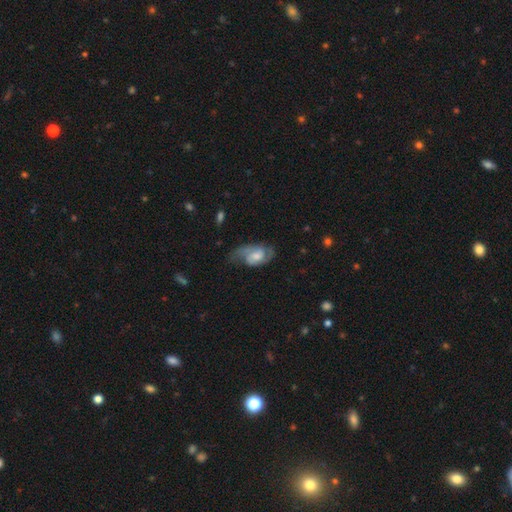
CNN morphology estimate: This is likely a featured or disk galaxy (67%). It is clearly not viewed edge-on (96%). Bar: possibly no (56%). Spiral arm pattern: clearly yes (89%). Spiral arm count: likely 2 (71%). Spiral winding: marginally medium (44%). Central bulge: possibly moderate (47%). Merging: marginally none (44%).